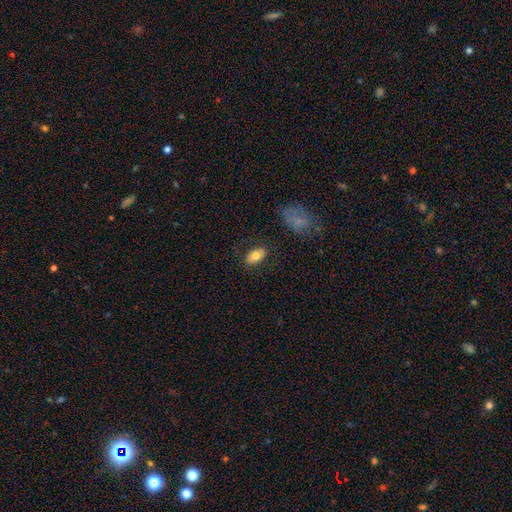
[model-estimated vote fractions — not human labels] smooth_or_featured: smooth (p=0.78) [alt: featured or disk p=0.15]
how_rounded: in between (p=0.92) [alt: round p=0.05]
merging: none (p=0.84) [alt: minor disturbance p=0.11]